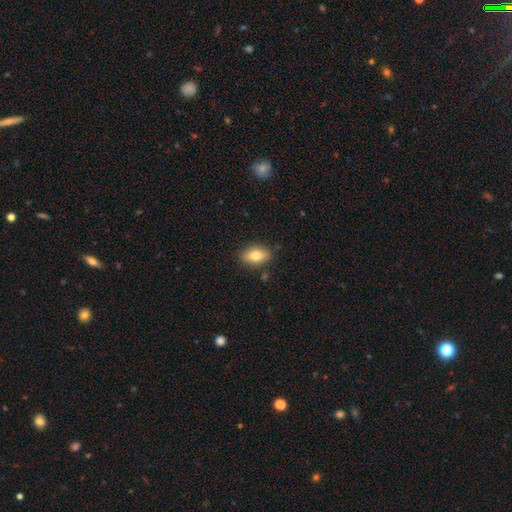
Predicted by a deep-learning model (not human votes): This appears to be a smooth galaxy with no disk features (78%) that is in between round and cigar-shaped (86%). Merging: none (86%).